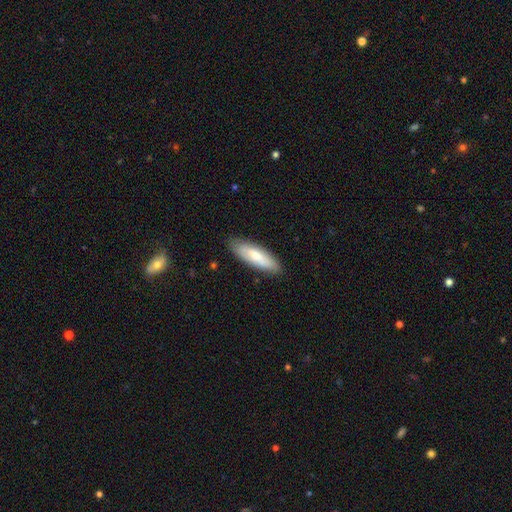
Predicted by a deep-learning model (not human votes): A smooth galaxy with no disk features (71%) that is cigar-shaped (50%). Merging: none (86%).